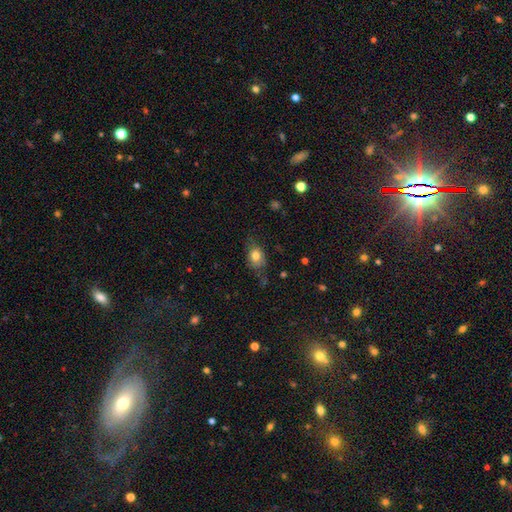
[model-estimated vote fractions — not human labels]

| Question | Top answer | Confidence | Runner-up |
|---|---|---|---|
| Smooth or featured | smooth | 77% | featured or disk (14%) |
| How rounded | in between | 69% | round (28%) |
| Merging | none | 64% | minor disturbance (26%) |